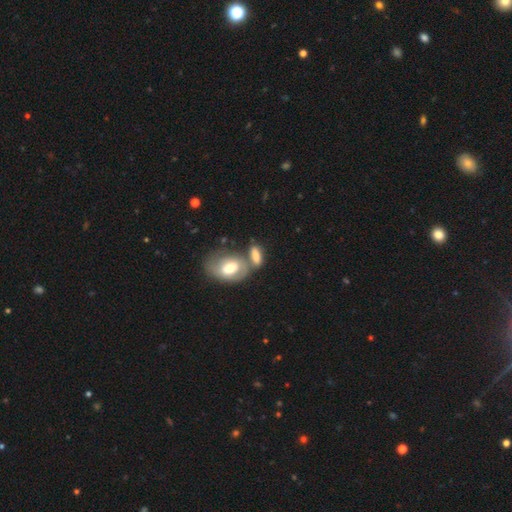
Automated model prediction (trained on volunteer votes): Overall: smooth (70%). How rounded: in between (80%). Merging: merger (46%; none 34%).